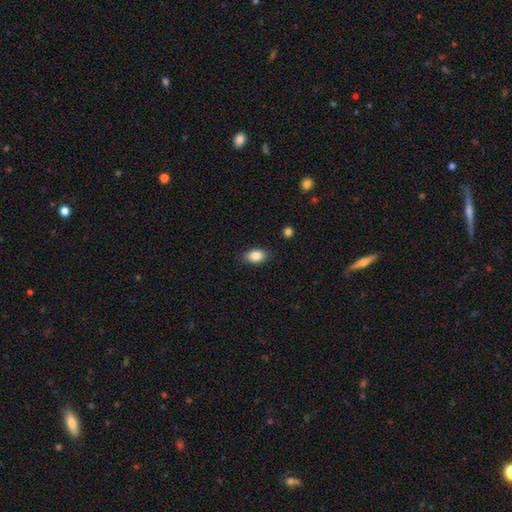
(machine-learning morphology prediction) The model was most divided on "merging": none: 87%, minor disturbance: 10%, major disturbance: 2%, merger: 1%. More confident: how rounded — in between (88%); smooth or featured — smooth (85%).